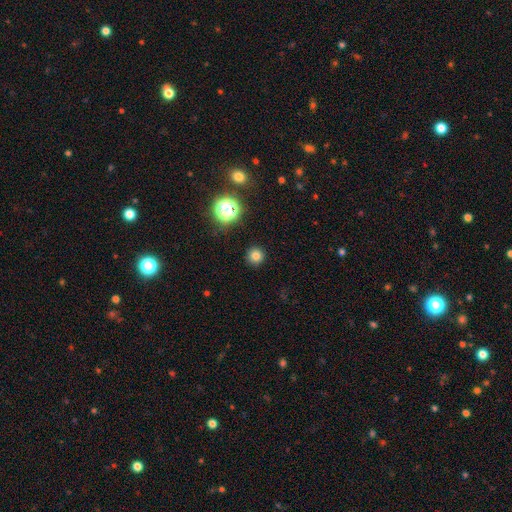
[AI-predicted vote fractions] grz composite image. It shows a smooth galaxy with no disk features (77%) that is round (95%). Merging: none (91%).